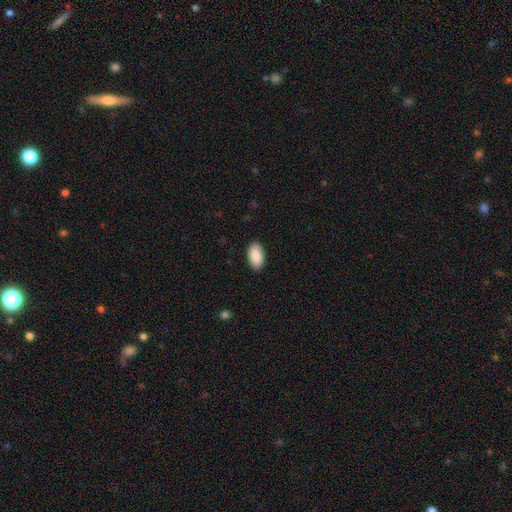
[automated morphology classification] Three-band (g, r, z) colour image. It shows a smooth galaxy with no disk features (88%) that is in between round and cigar-shaped (95%). Merging: none (88%).